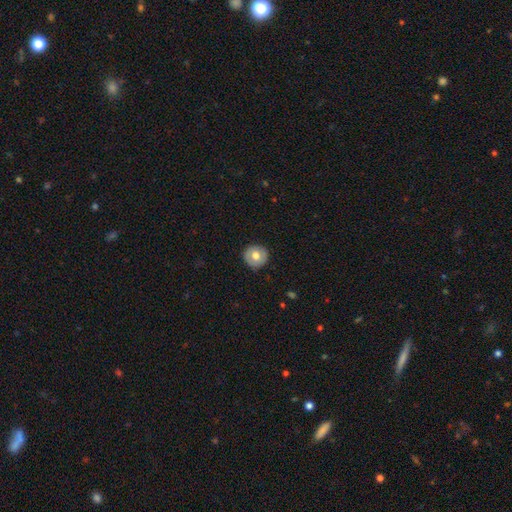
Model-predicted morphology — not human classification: The model was most divided on "smooth or featured": smooth: 65%, featured or disk: 28%, star or artifact: 7%. More confident: how rounded — round (94%); merging — none (89%).